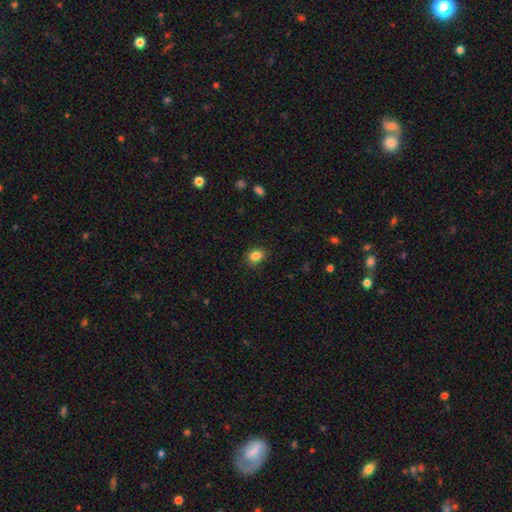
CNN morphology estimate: type=smooth (86%); roundness=in between (57%); merging=none (85%).